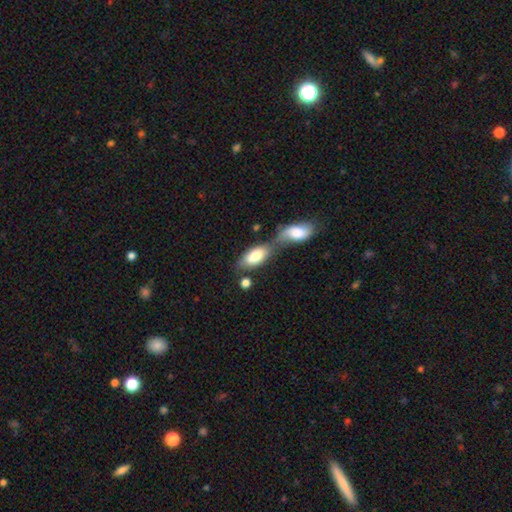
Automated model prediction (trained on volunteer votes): This is likely a smooth galaxy (75%). How rounded: clearly in between (90%). Merging: possibly merger (55%).